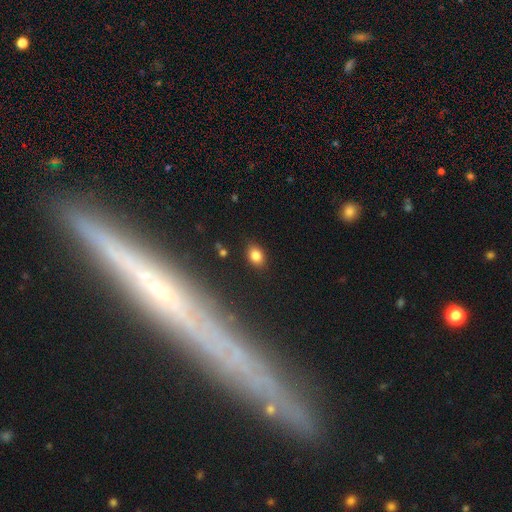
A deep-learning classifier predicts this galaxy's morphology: This appears to be a smooth galaxy with no disk features (82%) that is in between round and cigar-shaped (74%). Merging: none (85%).